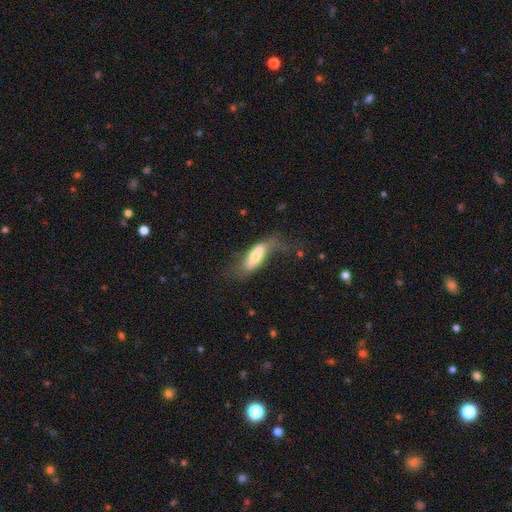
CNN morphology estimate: This is possibly a smooth galaxy (57%). How rounded: likely in between (61%). Merging: marginally none (35%).